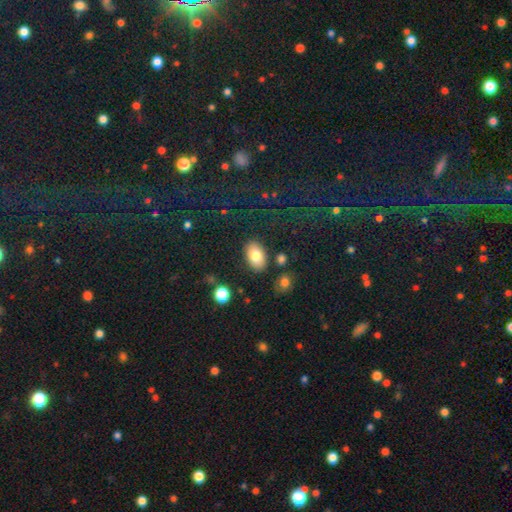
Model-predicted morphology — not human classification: smooth-or-featured: smooth: 80% | featured or disk: 12% | star or artifact: 8%
  how-rounded: in between: 89% | round: 9% | cigar-shaped: 1%
  merging: none: 84% | minor disturbance: 10% | merger: 3% | major disturbance: 3%